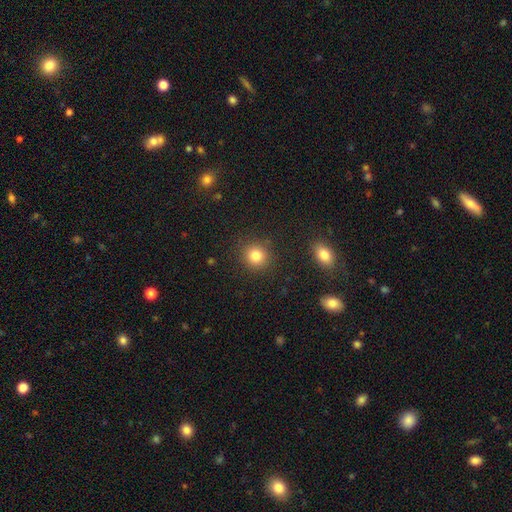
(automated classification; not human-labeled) Smooth or featured?
  - smooth: 82% *
  - star or artifact: 12%
  - featured or disk: 6%
How rounded?
  - round: 89% *
  - in between: 10%
  - cigar-shaped: 1%
Merging?
  - none: 88% *
  - minor disturbance: 7%
  - major disturbance: 3%
  - merger: 2%